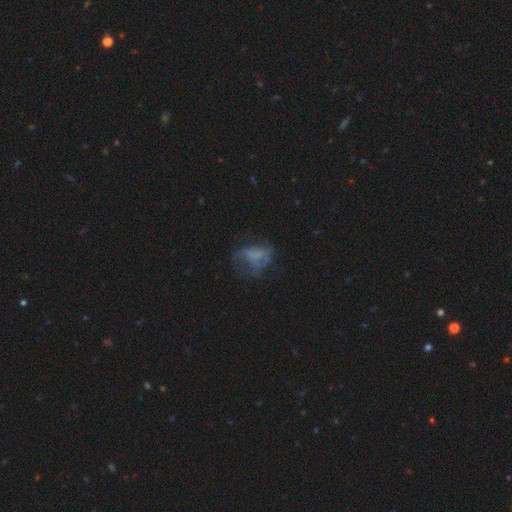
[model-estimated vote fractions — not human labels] Smooth or featured: featured or disk — 43% (smooth — 39%)
Merging: major disturbance — 42% (none — 34%)